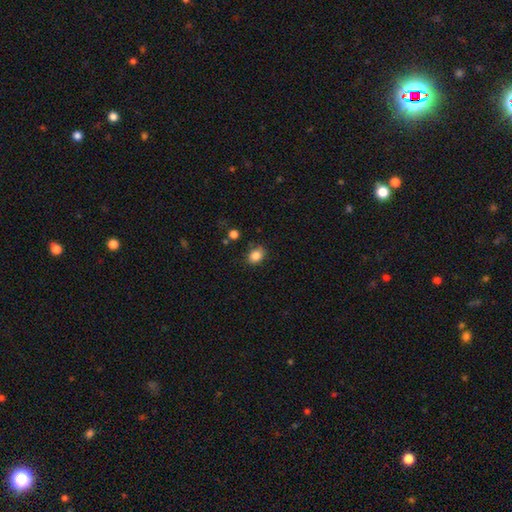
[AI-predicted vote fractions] Smooth or featured: smooth — 85% (star or artifact — 10%)
How rounded: in between — 64% (round — 35%)
Merging: none — 80% (minor disturbance — 14%)